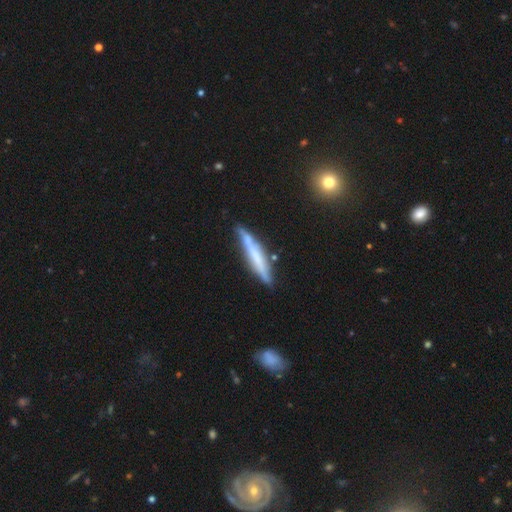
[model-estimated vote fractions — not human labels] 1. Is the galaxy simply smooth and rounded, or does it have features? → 53% featured or disk, 41% smooth, 7% star or artifact.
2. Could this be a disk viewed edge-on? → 90% yes, 10% no.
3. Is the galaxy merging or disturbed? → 75% none, 18% minor disturbance, 4% merger, 3% major disturbance.